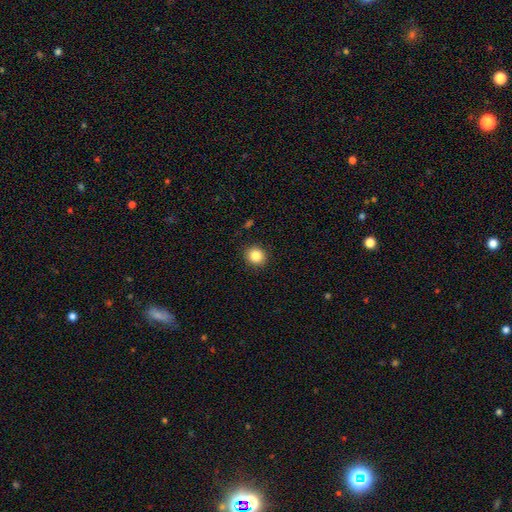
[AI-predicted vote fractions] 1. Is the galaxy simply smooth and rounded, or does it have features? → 85% smooth, 10% star or artifact, 5% featured or disk.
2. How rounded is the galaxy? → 89% round, 10% in between, 1% cigar-shaped.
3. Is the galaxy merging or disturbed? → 91% none, 6% minor disturbance, 2% major disturbance, 1% merger.